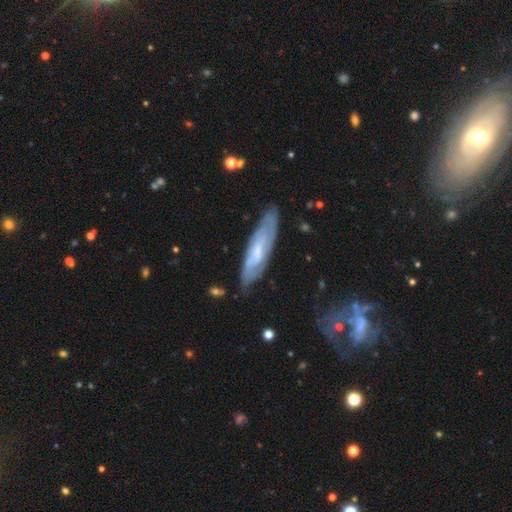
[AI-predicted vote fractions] This appears to be a featured or disk galaxy (61%). Merging: none (77%).